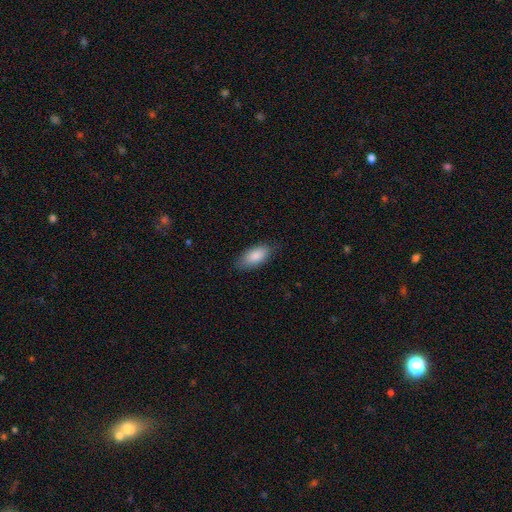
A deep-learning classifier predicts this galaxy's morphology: This is clearly a smooth galaxy (87%). How rounded: clearly in between (90%). Merging: clearly none (81%).